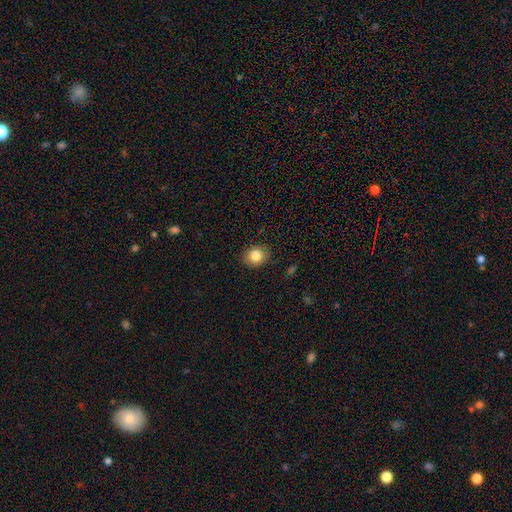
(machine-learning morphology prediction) Smooth or featured? Predicted: smooth (p=0.83). How rounded? Predicted: round (p=0.56). Merging? Predicted: none (p=0.88).